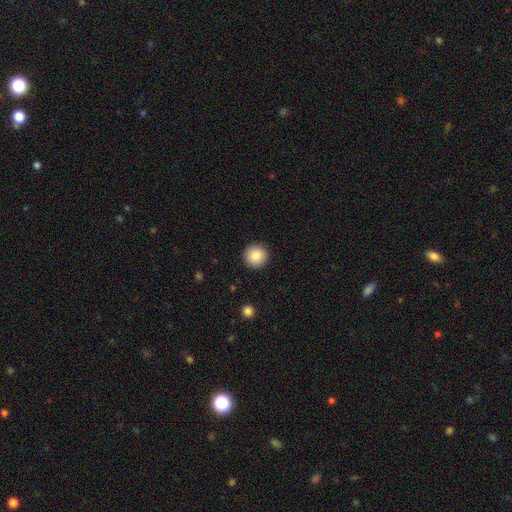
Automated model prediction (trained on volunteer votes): Smooth or featured: smooth — 87% (star or artifact — 8%)
How rounded: round — 95% (in between — 4%)
Merging: none — 92% (minor disturbance — 5%)